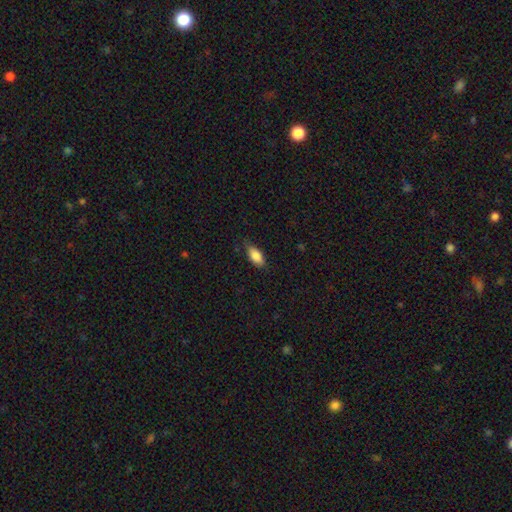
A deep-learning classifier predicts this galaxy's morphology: This appears to be a smooth galaxy with no disk features (85%) that is in between round and cigar-shaped (86%). Merging: none (79%).